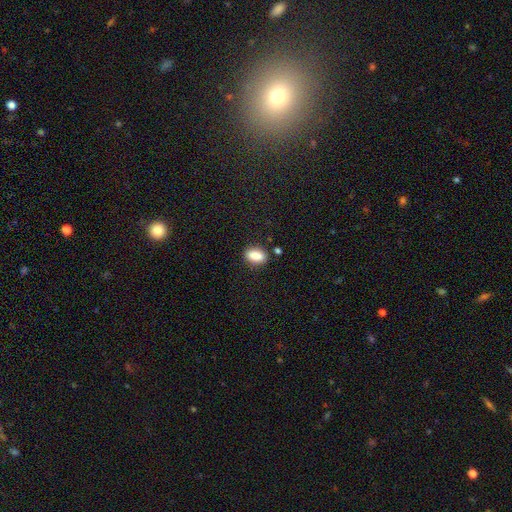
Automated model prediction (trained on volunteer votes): Smooth or featured?
  - smooth: 88% *
  - star or artifact: 8%
  - featured or disk: 4%
How rounded?
  - in between: 86% *
  - round: 10%
  - cigar-shaped: 4%
Merging?
  - none: 82% *
  - minor disturbance: 11%
  - merger: 4%
  - major disturbance: 3%